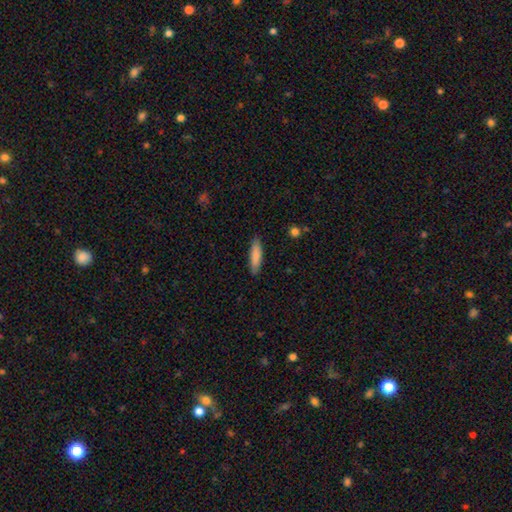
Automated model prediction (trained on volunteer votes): smooth 86%, featured or disk 9%, star or artifact 6%. Down the decision tree: how rounded — cigar-shaped (70%); merging — none (88%).